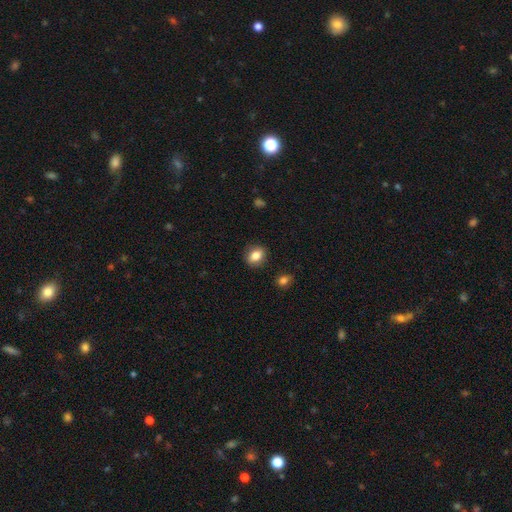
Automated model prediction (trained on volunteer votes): Morphology: type=smooth (82%); roundness=in between (55%); merging=none (86%).